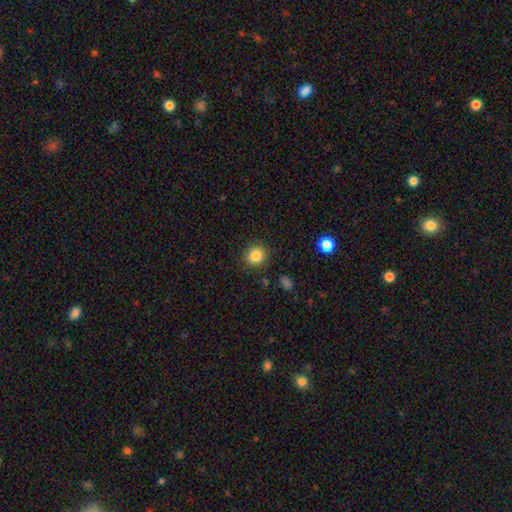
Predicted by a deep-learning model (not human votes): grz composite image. It shows a smooth galaxy with no disk features (85%) that is round (87%). Merging: none (88%).